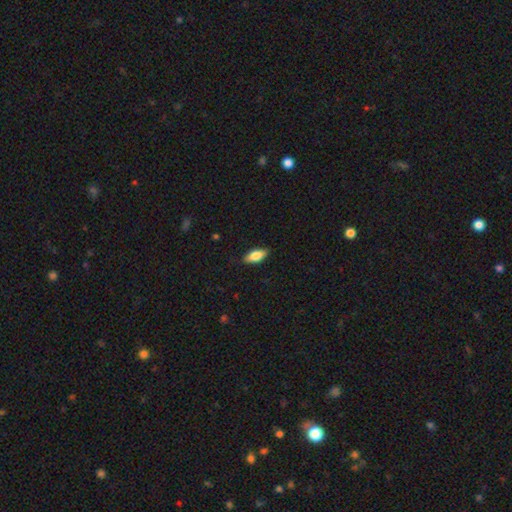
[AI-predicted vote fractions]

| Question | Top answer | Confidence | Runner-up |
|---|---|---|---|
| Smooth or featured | smooth | 76% | featured or disk (17%) |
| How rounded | in between | 83% | cigar-shaped (14%) |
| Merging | none | 87% | minor disturbance (10%) |